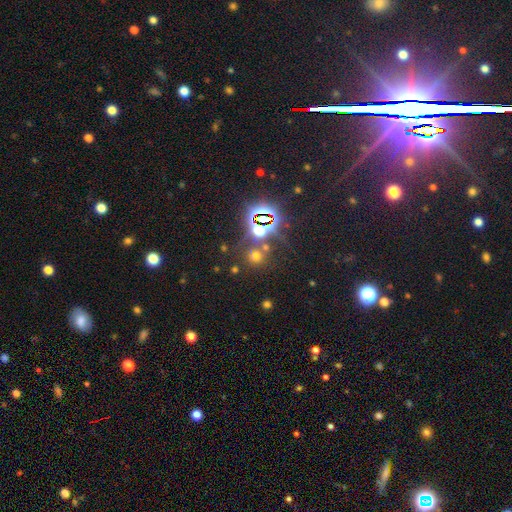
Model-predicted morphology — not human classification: The model was most divided on "smooth or featured": star or artifact: 47%, smooth: 45%, featured or disk: 9%.